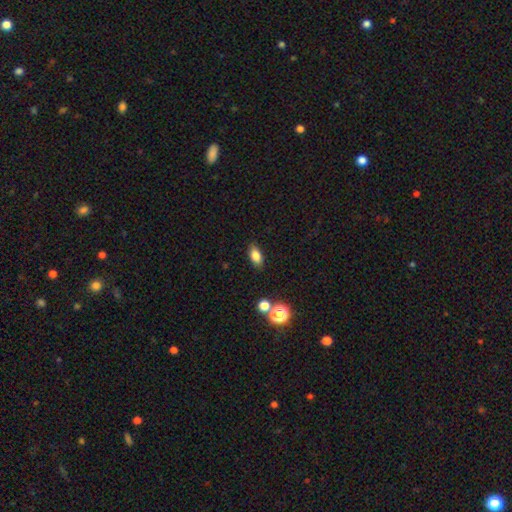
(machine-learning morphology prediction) smooth-or-featured: smooth: 81% | star or artifact: 10% | featured or disk: 9%
  how-rounded: in between: 84% | cigar-shaped: 9% | round: 7%
  merging: none: 86% | minor disturbance: 9% | merger: 3% | major disturbance: 2%